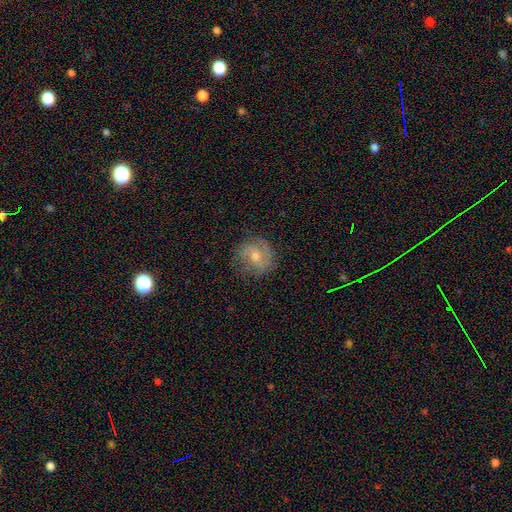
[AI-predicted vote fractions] This appears to be a featured or disk galaxy (66%) with no bar (52%), 2 (53%) tight (46%) spiral arms (89%) and a moderate central bulge (62%). Merging: none (75%).